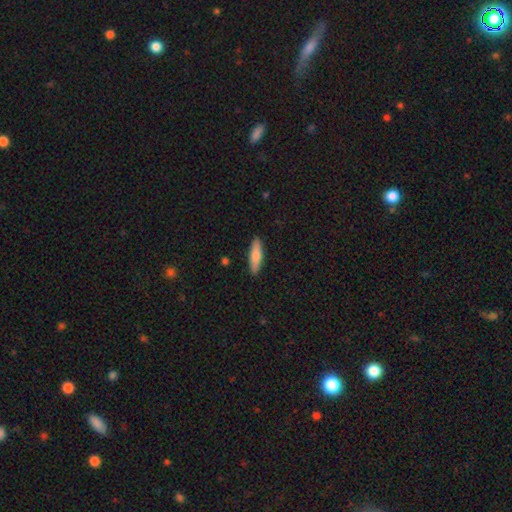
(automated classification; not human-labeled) Smooth or featured?
  - smooth: 76% *
  - featured or disk: 19%
  - star or artifact: 6%
How rounded?
  - cigar-shaped: 65% *
  - in between: 33%
  - round: 2%
Merging?
  - none: 89% *
  - minor disturbance: 8%
  - major disturbance: 2%
  - merger: 1%